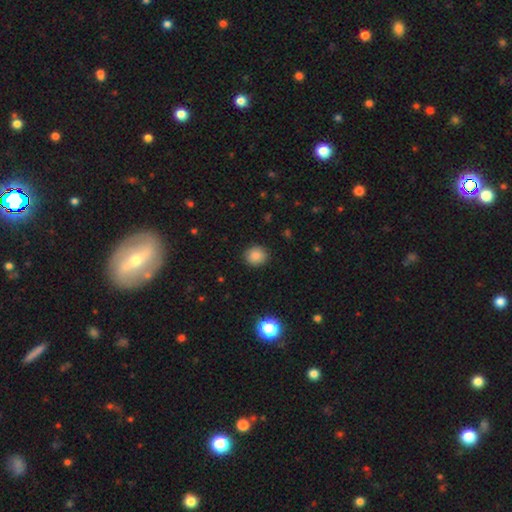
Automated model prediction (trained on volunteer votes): smooth-or-featured: smooth: 85% | star or artifact: 11% | featured or disk: 5%
  how-rounded: round: 83% | in between: 16% | cigar-shaped: 1%
  merging: none: 89% | minor disturbance: 7% | major disturbance: 2% | merger: 1%